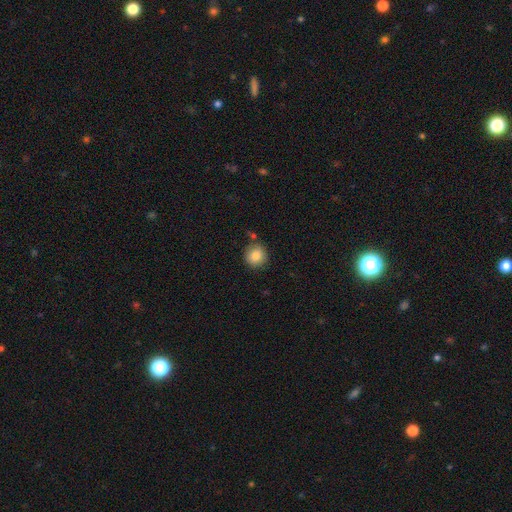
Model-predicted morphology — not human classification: Smooth or featured?
  - smooth: 84% *
  - star or artifact: 9%
  - featured or disk: 6%
How rounded?
  - round: 92% *
  - in between: 7%
  - cigar-shaped: 1%
Merging?
  - none: 81% *
  - minor disturbance: 11%
  - merger: 6%
  - major disturbance: 3%